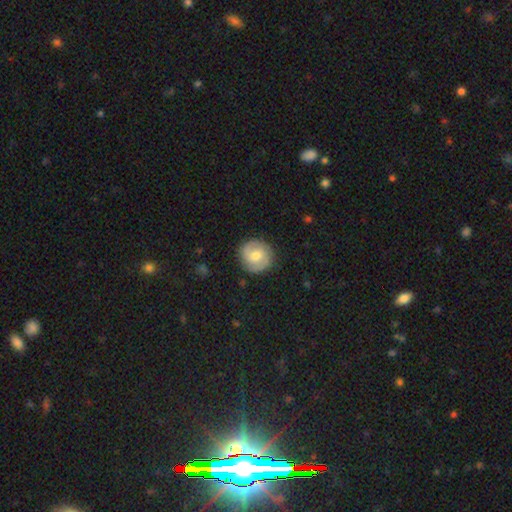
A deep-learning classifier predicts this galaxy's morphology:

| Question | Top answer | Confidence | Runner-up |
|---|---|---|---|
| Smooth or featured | featured or disk | 68% | smooth (26%) |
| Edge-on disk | no | 98% | yes (2%) |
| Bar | no | 49% | weak (42%) |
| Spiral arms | yes | 93% | no (7%) |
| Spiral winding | tight | 53% | medium (37%) |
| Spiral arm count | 2 | 85% | can't tell (7%) |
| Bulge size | moderate | 62% | small (30%) |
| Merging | none | 86% | minor disturbance (10%) |